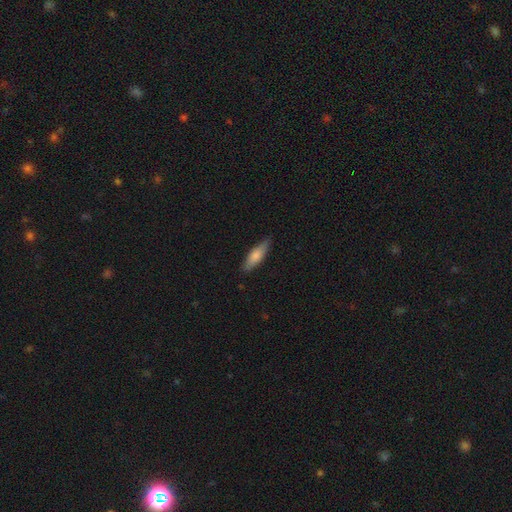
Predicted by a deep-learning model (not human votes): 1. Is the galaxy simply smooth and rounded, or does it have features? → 73% smooth, 22% featured or disk, 6% star or artifact.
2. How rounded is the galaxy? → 55% cigar-shaped, 43% in between, 2% round.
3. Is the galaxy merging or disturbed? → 84% none, 13% minor disturbance, 2% major disturbance, 1% merger.